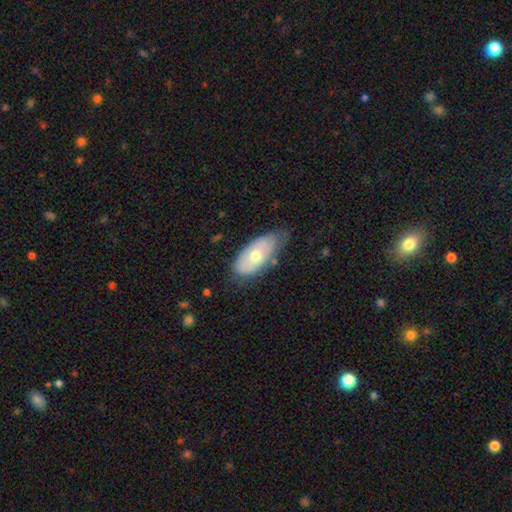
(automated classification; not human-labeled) This is possibly a smooth galaxy (50%). How rounded: clearly in between (90%). Merging: possibly none (58%).